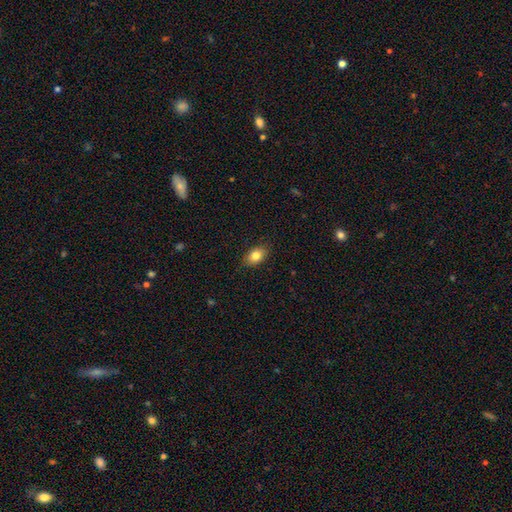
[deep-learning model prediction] smooth 82%, featured or disk 10%, star or artifact 8%. Down the decision tree: how rounded — in between (85%); merging — none (86%).